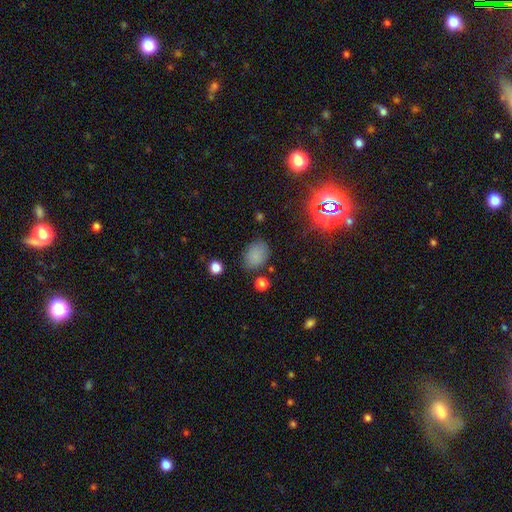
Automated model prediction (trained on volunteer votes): Q: Smooth or featured?
A: smooth (81%); runner-up: star or artifact (13%)
Q: How rounded?
A: in between (71%); runner-up: round (28%)
Q: Merging?
A: none (74%); runner-up: minor disturbance (17%)